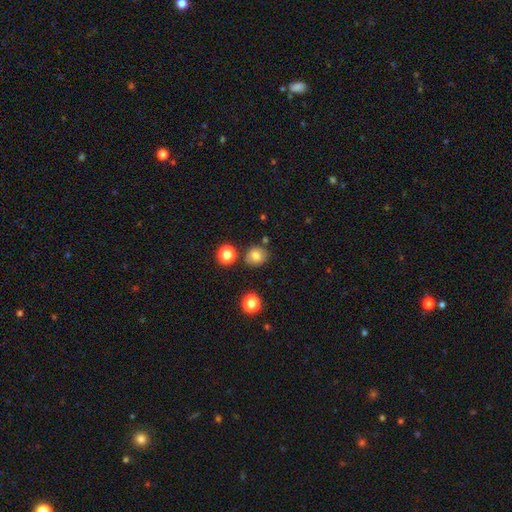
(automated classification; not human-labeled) This is likely a smooth galaxy (78%). How rounded: clearly round (82%). Merging: clearly none (80%).